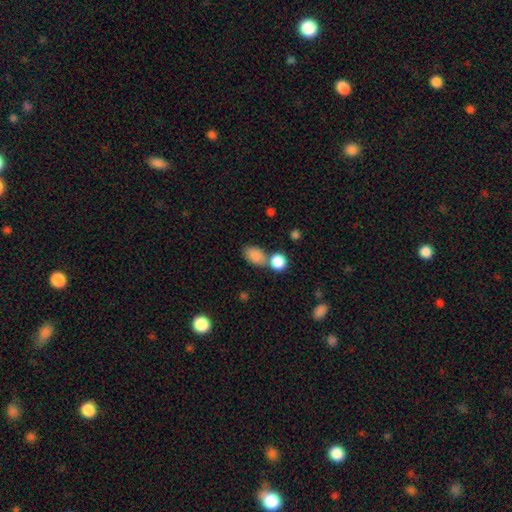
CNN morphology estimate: A smooth galaxy with no disk features (86%) that is in between round and cigar-shaped (82%).

Vote fractions:
- Smooth or featured? smooth: 86% / star or artifact: 9% / featured or disk: 6%
- How rounded? in between: 82% / round: 16% / cigar-shaped: 2%
- Merging? none: 51% / merger: 33% / minor disturbance: 12% / major disturbance: 5%